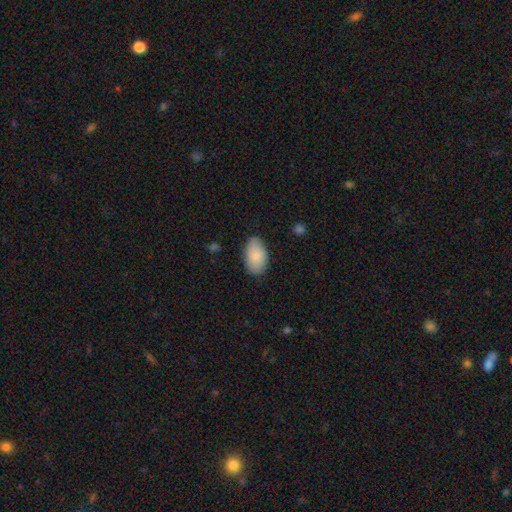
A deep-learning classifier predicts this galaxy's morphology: Overall: smooth (85%). How rounded: in between (93%). Merging: none (80%).